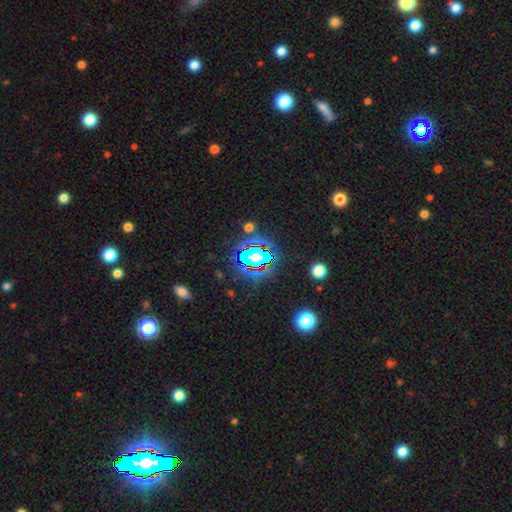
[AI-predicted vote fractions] The model was most divided on "smooth or featured": star or artifact: 81%, smooth: 11%, featured or disk: 7%.